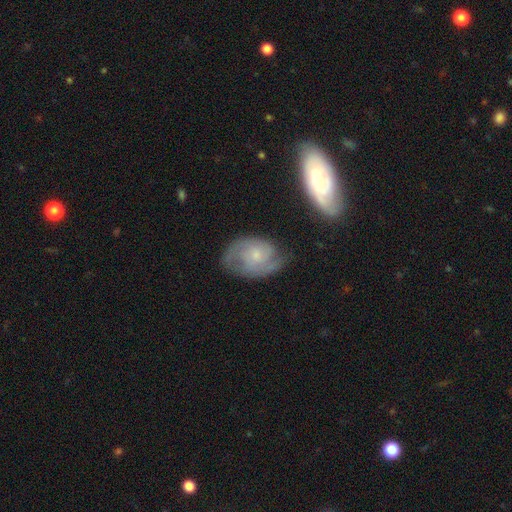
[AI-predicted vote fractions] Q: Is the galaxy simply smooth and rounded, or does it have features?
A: featured or disk — 73%.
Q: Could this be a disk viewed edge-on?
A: no — 97%.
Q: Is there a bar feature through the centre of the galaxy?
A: no — 70%.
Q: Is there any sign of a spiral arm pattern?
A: yes — 92%.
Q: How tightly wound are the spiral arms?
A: medium — 42%, tied with tight.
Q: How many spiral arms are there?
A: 2 — 60%.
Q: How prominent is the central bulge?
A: small — 55%.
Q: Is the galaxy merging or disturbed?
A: none — 64%.